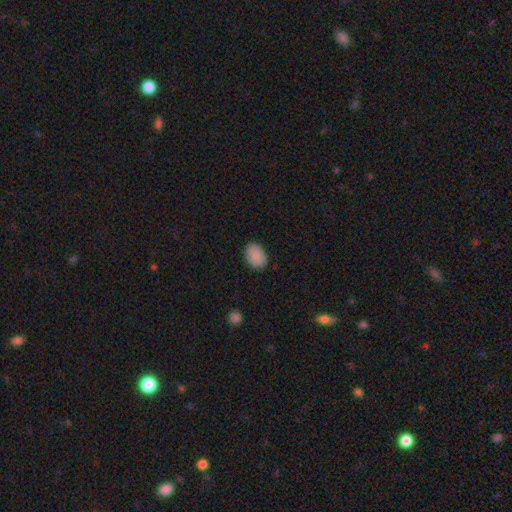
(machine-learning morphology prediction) Q: Smooth or featured?
A: smooth (88%); runner-up: star or artifact (8%)
Q: How rounded?
A: in between (79%); runner-up: round (20%)
Q: Merging?
A: none (86%); runner-up: minor disturbance (11%)